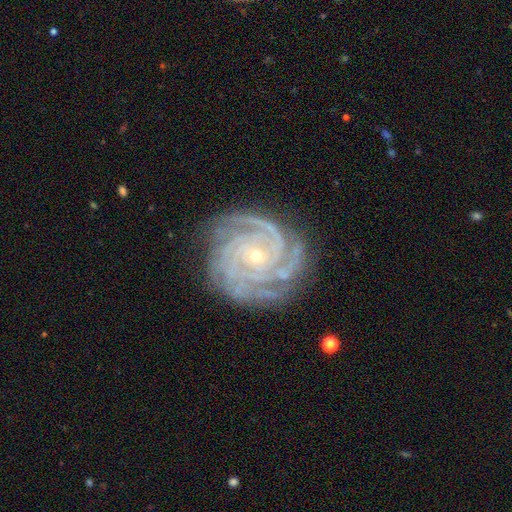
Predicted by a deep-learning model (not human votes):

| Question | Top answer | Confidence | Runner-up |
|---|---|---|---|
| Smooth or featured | featured or disk | 92% | star or artifact (5%) |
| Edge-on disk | no | 98% | yes (2%) |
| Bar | no | 76% | weak (16%) |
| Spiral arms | yes | 99% | no (1%) |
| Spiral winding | tight | 82% | medium (16%) |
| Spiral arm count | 4 | 34% | 3 (21%) |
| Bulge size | small | 80% | moderate (17%) |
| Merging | none | 79% | minor disturbance (15%) |